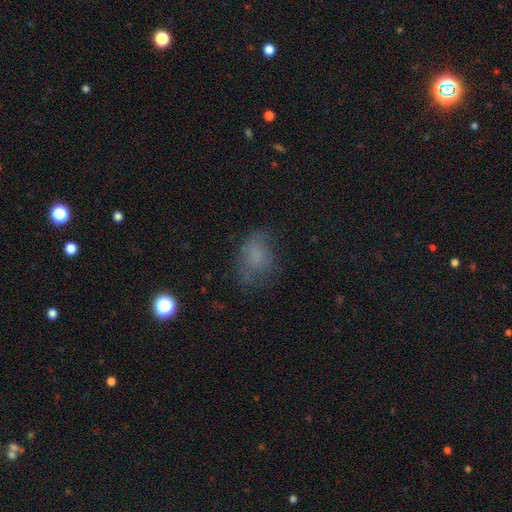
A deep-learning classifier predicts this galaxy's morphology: Smooth or featured?
  - smooth: 65% *
  - featured or disk: 19%
  - star or artifact: 16%
How rounded?
  - in between: 70% *
  - round: 29%
  - cigar-shaped: 2%
Merging?
  - none: 56% *
  - minor disturbance: 25%
  - major disturbance: 17%
  - merger: 2%